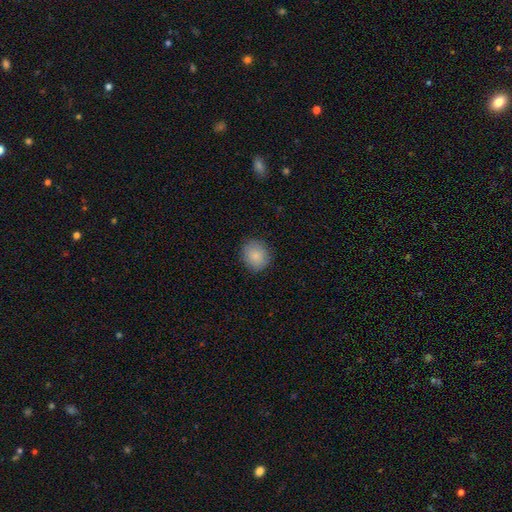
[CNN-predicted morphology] Smooth or featured? Predicted: smooth (p=0.85). How rounded? Predicted: round (p=0.75). Merging? Predicted: none (p=0.87).